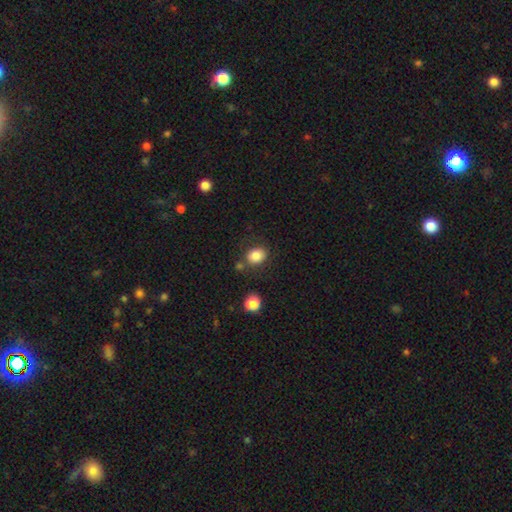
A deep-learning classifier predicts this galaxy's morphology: This appears to be a smooth galaxy with no disk features (85%) that is in between round and cigar-shaped (51%). Merging: none (72%).